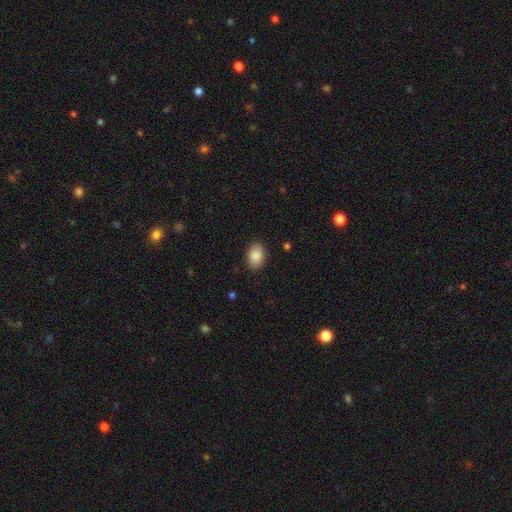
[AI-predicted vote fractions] A smooth galaxy with no disk features (88%) that is in between round and cigar-shaped (83%). Merging: none (88%).